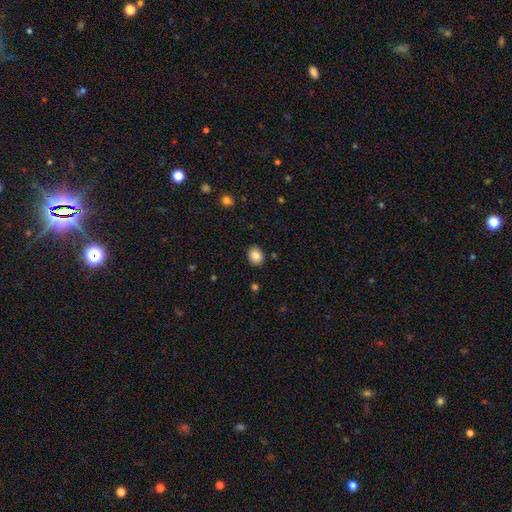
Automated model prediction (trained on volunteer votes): A smooth galaxy with no disk features (85%) that is round (55%).

Vote fractions:
- Smooth or featured? smooth: 85% / star or artifact: 9% / featured or disk: 6%
- How rounded? round: 55% / in between: 44% / cigar-shaped: 1%
- Merging? none: 88% / minor disturbance: 8% / major disturbance: 2% / merger: 1%